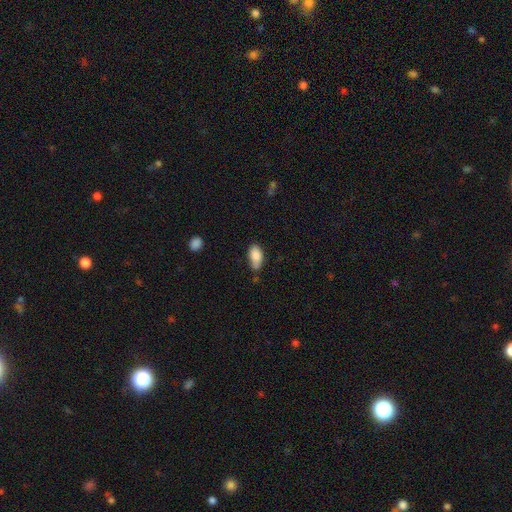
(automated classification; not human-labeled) smooth-or-featured: smooth: 86% | star or artifact: 7% | featured or disk: 7%
  how-rounded: in between: 91% | cigar-shaped: 5% | round: 4%
  merging: none: 56% | minor disturbance: 31% | merger: 7% | major disturbance: 6%